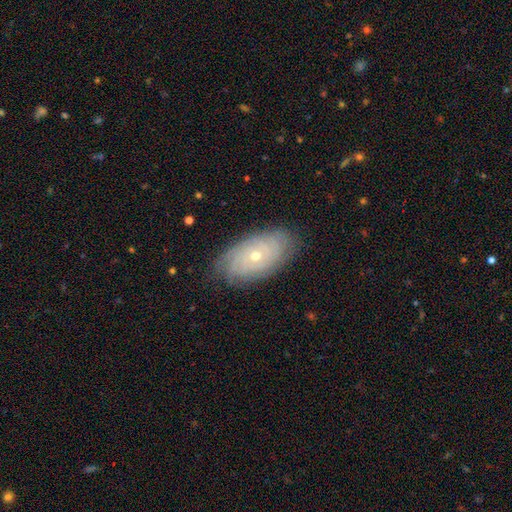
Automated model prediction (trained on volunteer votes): Smooth or featured? Predicted: featured or disk (p=0.73). Edge-on disk? Predicted: no (p=0.93). Bar? Predicted: no (p=0.83). Spiral arms? Predicted: yes (p=0.88). Spiral winding? Predicted: tight (p=0.81). Spiral arm count? Predicted: can't tell (p=0.55). Bulge size? Predicted: small (p=0.60). Merging? Predicted: none (p=0.81).